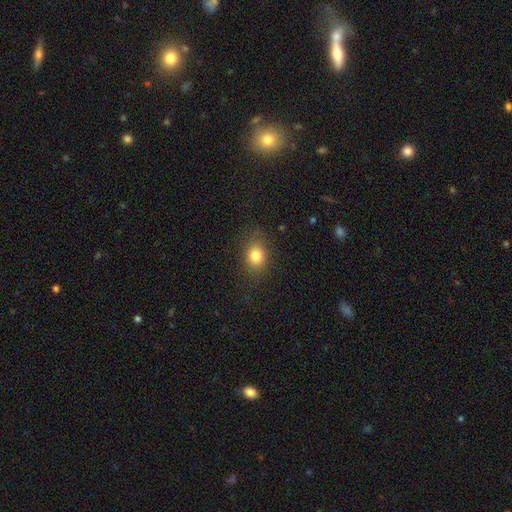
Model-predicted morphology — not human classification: The model was most divided on "how rounded": in between: 52%, round: 47%, cigar-shaped: 1%. More confident: smooth or featured — smooth (81%); merging — none (79%).